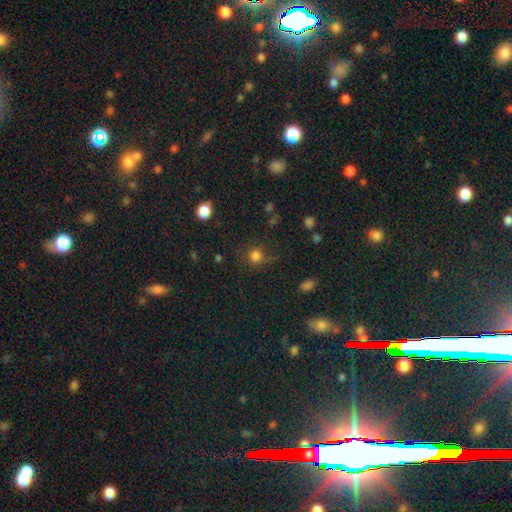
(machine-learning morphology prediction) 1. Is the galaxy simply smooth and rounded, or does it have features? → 77% smooth, 16% star or artifact, 6% featured or disk.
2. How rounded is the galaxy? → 87% round, 11% in between, 1% cigar-shaped.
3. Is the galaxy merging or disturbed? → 70% none, 17% minor disturbance, 10% major disturbance, 4% merger.